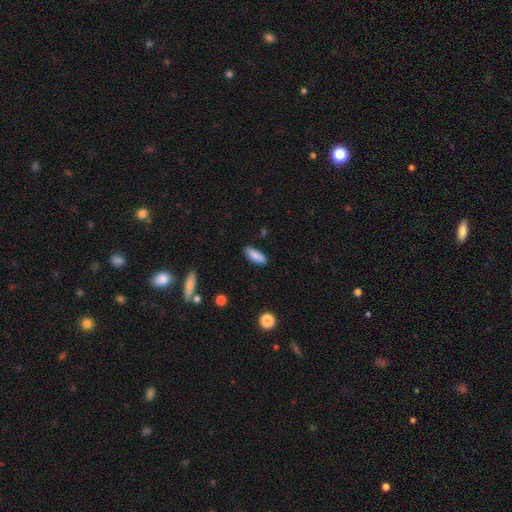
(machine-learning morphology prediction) This is clearly a smooth galaxy (86%). How rounded: likely in between (64%). Merging: clearly none (87%).